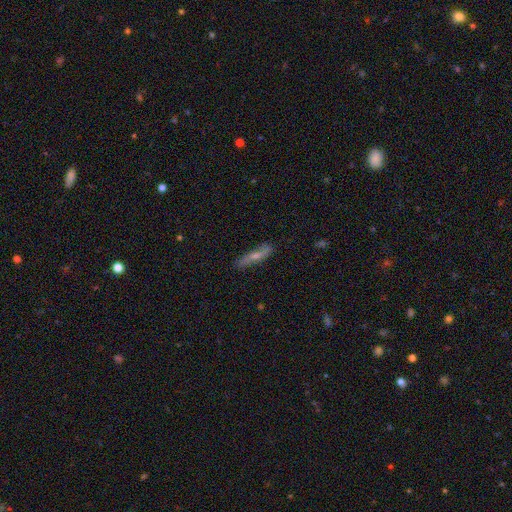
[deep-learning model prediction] smooth_or_featured: featured or disk (p=0.58) [alt: smooth p=0.34]
disk_edge_on: yes (p=0.61) [alt: no p=0.39]
merging: none (p=0.80) [alt: minor disturbance p=0.15]